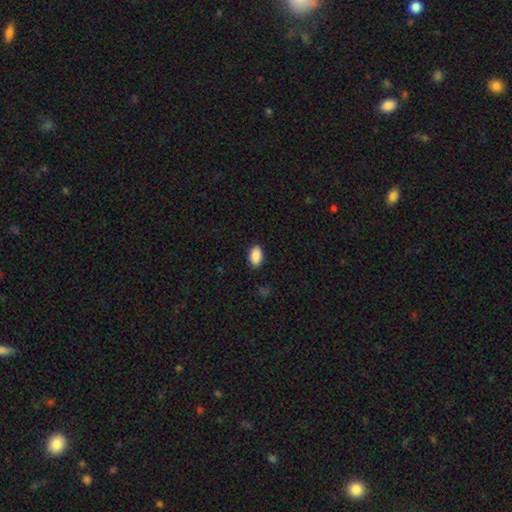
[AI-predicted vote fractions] The model was most divided on "merging": none: 88%, minor disturbance: 9%, major disturbance: 2%, merger: 1%. More confident: how rounded — in between (92%); smooth or featured — smooth (90%).